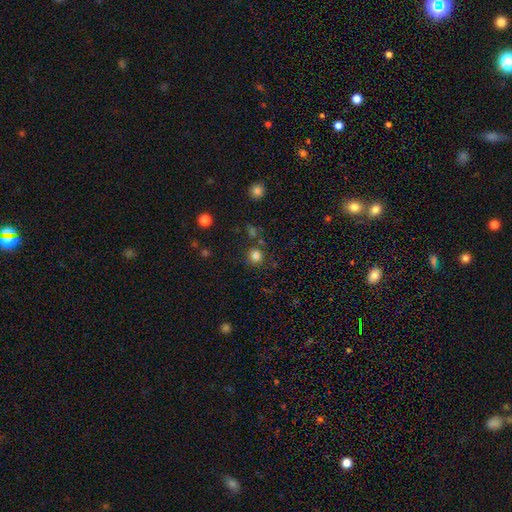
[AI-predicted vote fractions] smooth 80%, star or artifact 15%, featured or disk 6%. Down the decision tree: how rounded — round (92%); merging — none (81%).